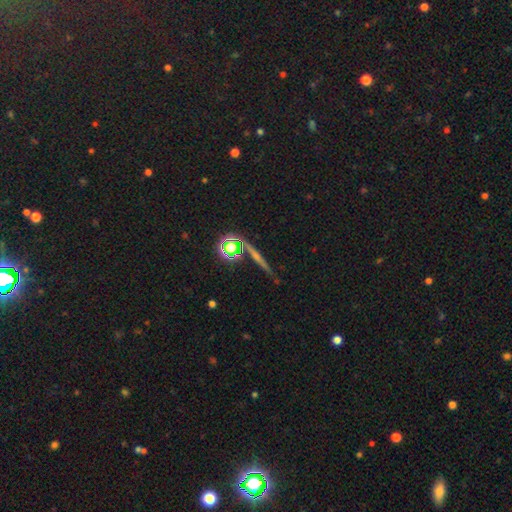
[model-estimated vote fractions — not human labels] Q: Smooth or featured?
A: featured or disk (38%); runner-up: star or artifact (36%)
Q: Merging?
A: none (84%); runner-up: minor disturbance (8%)